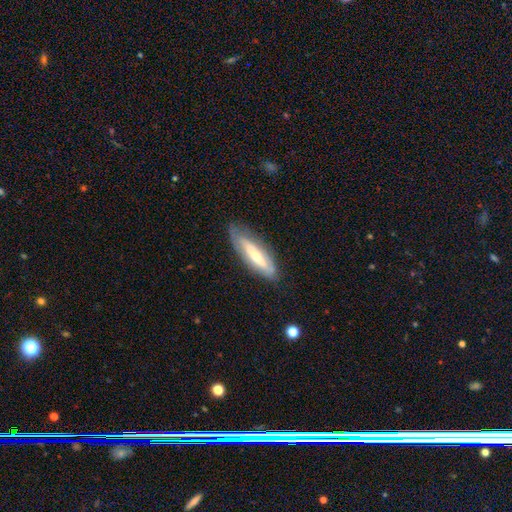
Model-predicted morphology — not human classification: This is possibly a featured or disk galaxy (48%). Merging: likely none (73%).